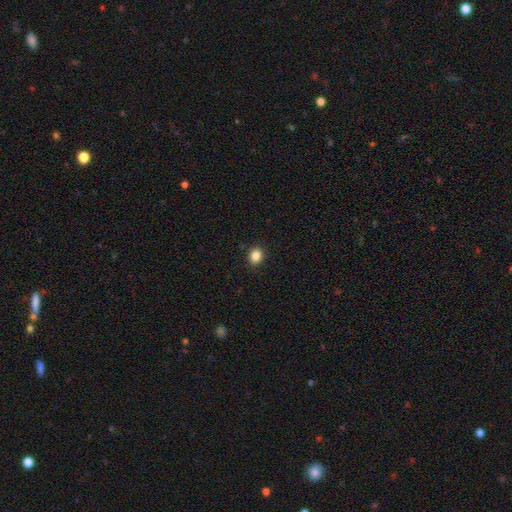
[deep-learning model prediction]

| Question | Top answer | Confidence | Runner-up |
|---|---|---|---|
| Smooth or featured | smooth | 85% | star or artifact (11%) |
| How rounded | round | 58% | in between (41%) |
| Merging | none | 90% | minor disturbance (7%) |